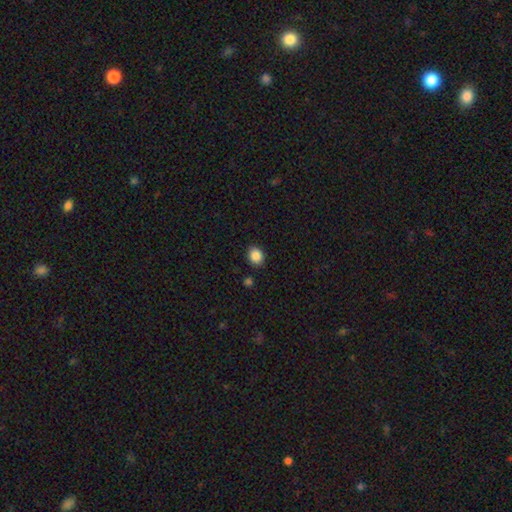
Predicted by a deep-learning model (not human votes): Morphology: type=smooth (87%); roundness=round (57%); merging=none (89%).